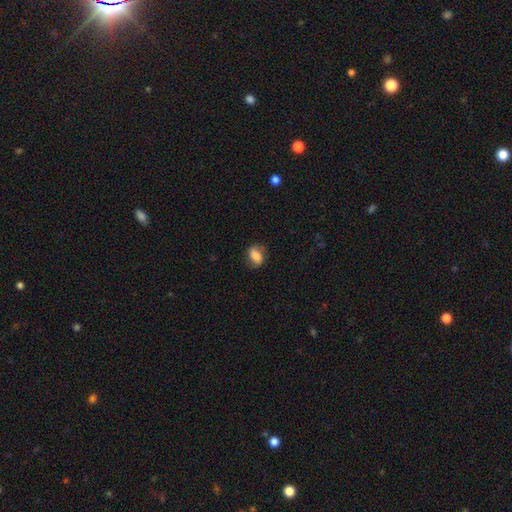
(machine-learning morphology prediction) Overall: smooth (68%). How rounded: in between (76%). Merging: none (72%).